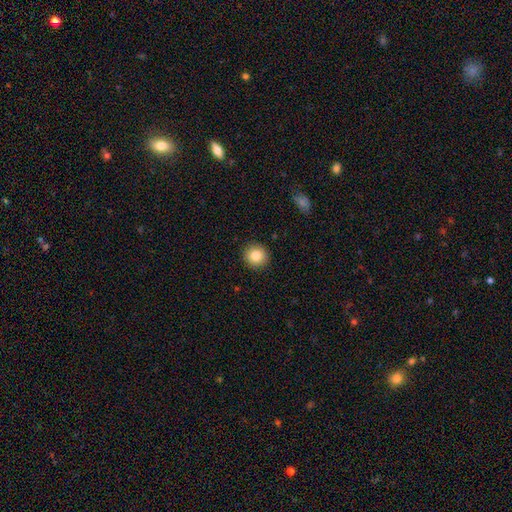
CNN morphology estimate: A smooth galaxy with no disk features (84%) that is round (93%). Merging: none (92%).